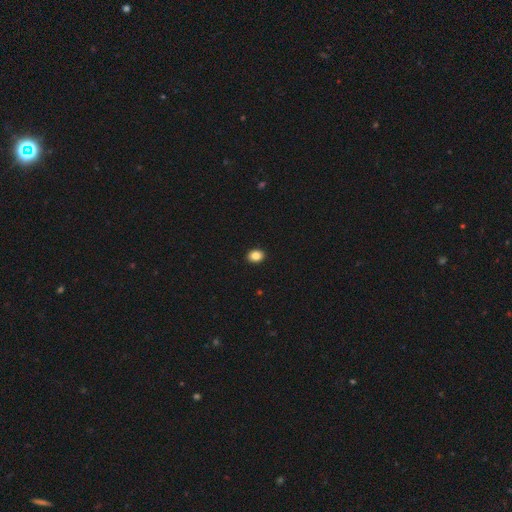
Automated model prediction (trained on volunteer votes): A smooth galaxy with no disk features (86%) that is in between round and cigar-shaped (55%).

Vote fractions:
- Smooth or featured? smooth: 86% / star or artifact: 9% / featured or disk: 5%
- How rounded? in between: 55% / round: 44% / cigar-shaped: 1%
- Merging? none: 92% / minor disturbance: 5% / major disturbance: 1% / merger: 1%